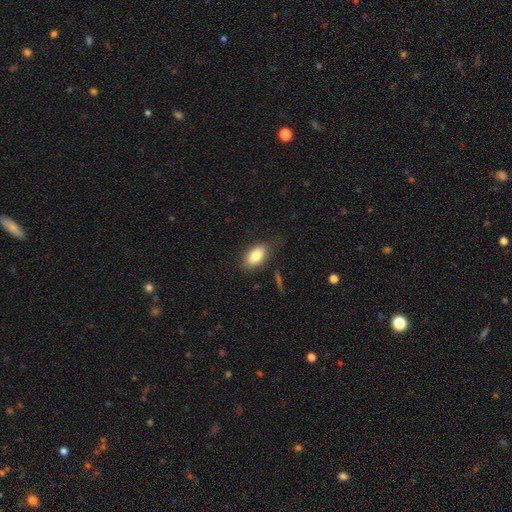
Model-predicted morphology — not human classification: A smooth galaxy with no disk features (80%) that is in between round and cigar-shaped (89%). Merging: none (75%).